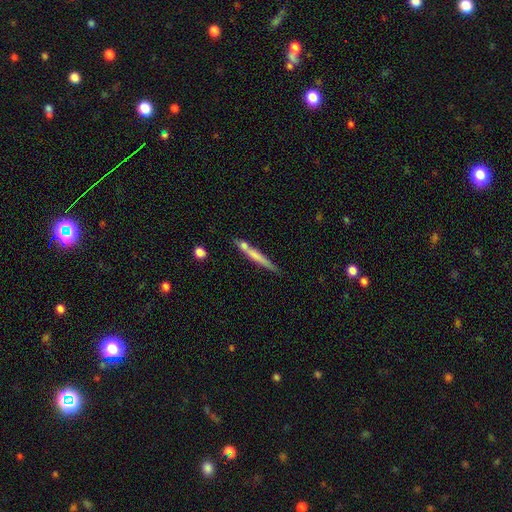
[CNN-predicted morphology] smooth-or-featured: smooth: 58% | featured or disk: 36% | star or artifact: 7%
  how-rounded: cigar-shaped: 94% | in between: 4% | round: 2%
  merging: none: 66% | minor disturbance: 16% | merger: 14% | major disturbance: 4%